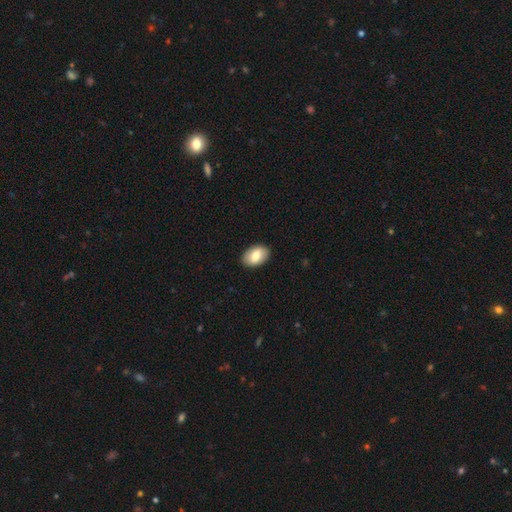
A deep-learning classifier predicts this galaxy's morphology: A smooth galaxy with no disk features (79%) that is in between round and cigar-shaped (90%).

Vote fractions:
- Smooth or featured? smooth: 79% / featured or disk: 15% / star or artifact: 6%
- How rounded? in between: 90% / round: 9% / cigar-shaped: 1%
- Merging? none: 89% / minor disturbance: 8% / major disturbance: 2% / merger: 1%